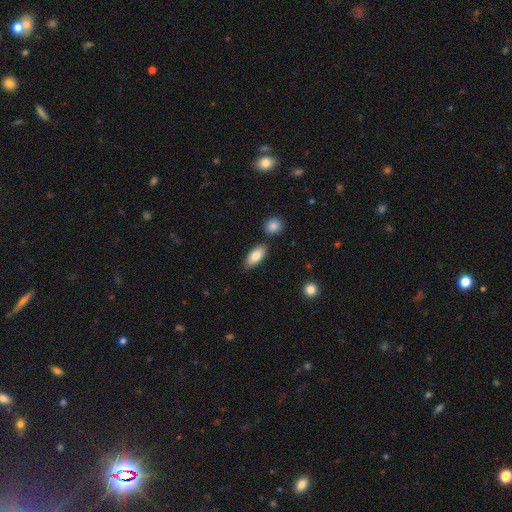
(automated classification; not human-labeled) Smooth or featured?
  - smooth: 82% *
  - featured or disk: 11%
  - star or artifact: 6%
How rounded?
  - in between: 86% *
  - cigar-shaped: 12%
  - round: 3%
Merging?
  - none: 80% *
  - minor disturbance: 11%
  - merger: 7%
  - major disturbance: 2%